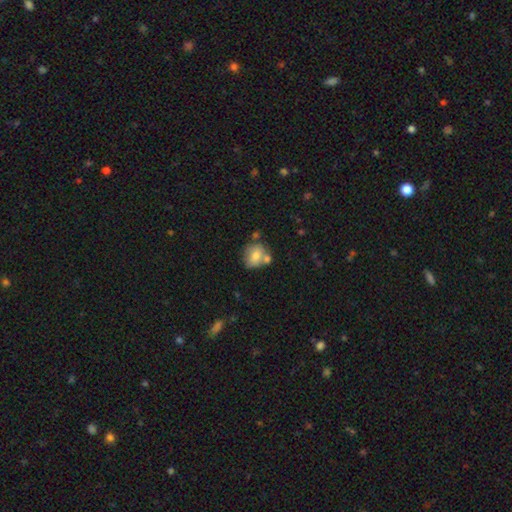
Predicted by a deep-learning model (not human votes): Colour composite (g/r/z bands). It shows a smooth galaxy with no disk features (73%) that is round (63%). Merging: none (48%).